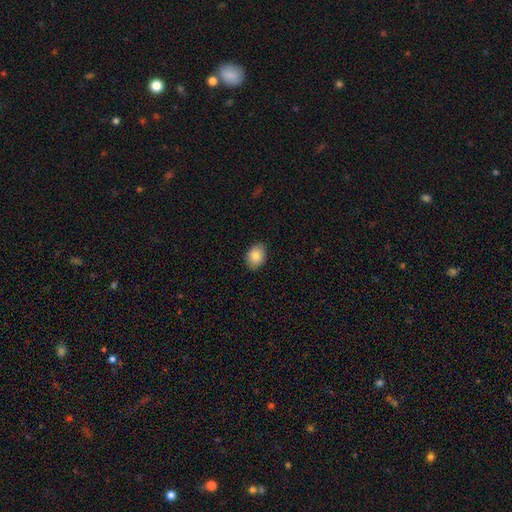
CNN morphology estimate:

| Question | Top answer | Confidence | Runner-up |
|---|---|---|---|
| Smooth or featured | smooth | 87% | star or artifact (7%) |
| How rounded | in between | 75% | round (24%) |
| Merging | none | 88% | minor disturbance (9%) |